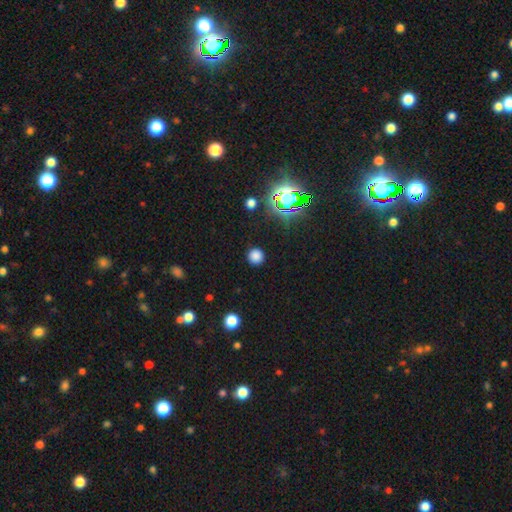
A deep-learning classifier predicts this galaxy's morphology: A smooth galaxy with no disk features (77%) that is round (95%). Merging: none (90%).